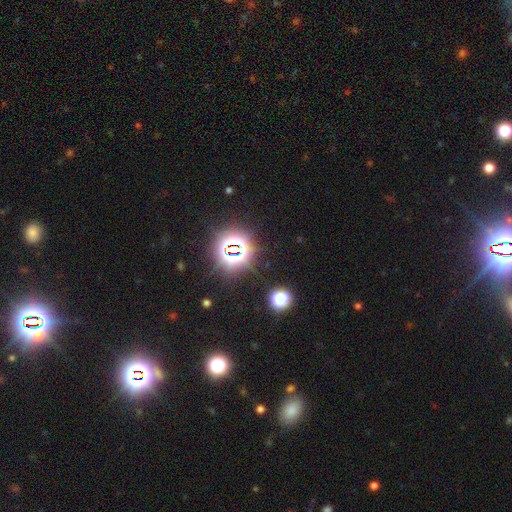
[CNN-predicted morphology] star or artifact 80%, smooth 13%, featured or disk 7%.